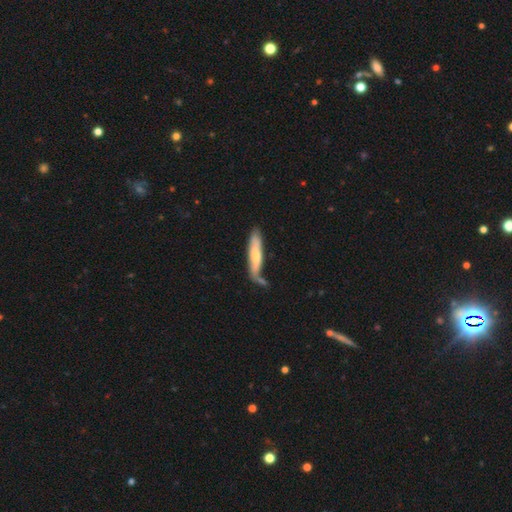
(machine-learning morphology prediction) This is likely a smooth galaxy (65%). How rounded: clearly cigar-shaped (81%). Merging: possibly none (52%).